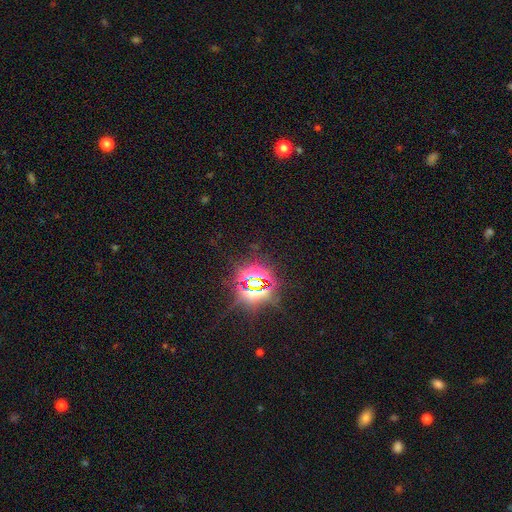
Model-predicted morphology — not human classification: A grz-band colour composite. It shows a star or artifact, not a galaxy (82%).